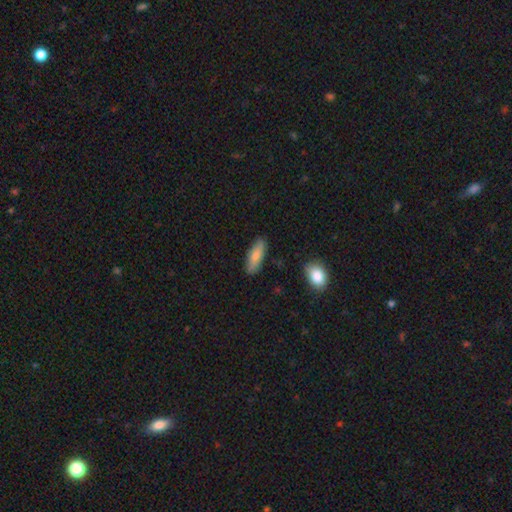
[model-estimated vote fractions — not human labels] smooth_or_featured: smooth (p=0.82) [alt: featured or disk p=0.12]
how_rounded: in between (p=0.60) [alt: cigar-shaped p=0.38]
merging: none (p=0.85) [alt: minor disturbance p=0.11]